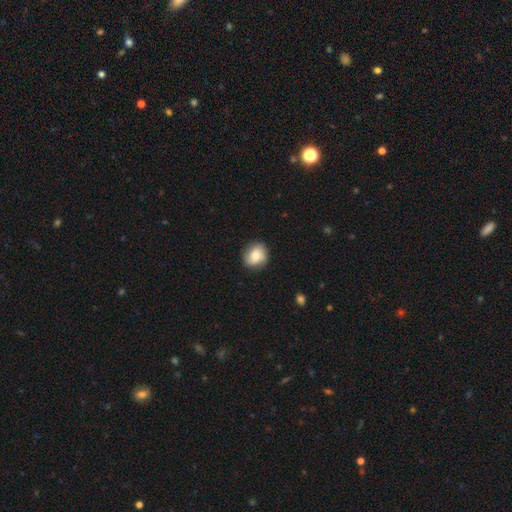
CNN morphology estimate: Overall: smooth (71%). How rounded: round (72%). Merging: none (83%).